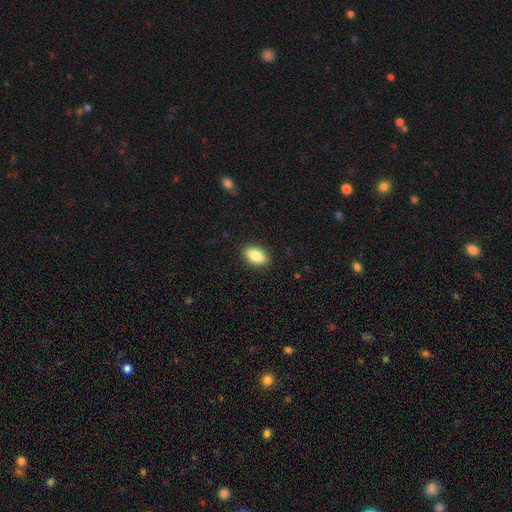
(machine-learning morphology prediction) This appears to be a smooth galaxy with no disk features (85%) that is in between round and cigar-shaped (91%). Merging: none (89%).